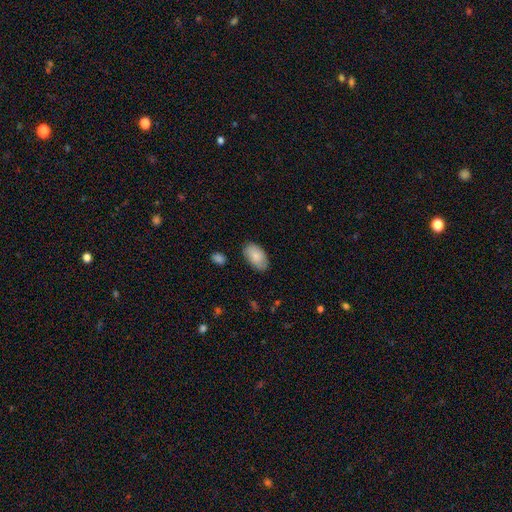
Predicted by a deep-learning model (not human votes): This is clearly a smooth galaxy (83%). How rounded: clearly in between (95%). Merging: clearly none (81%).